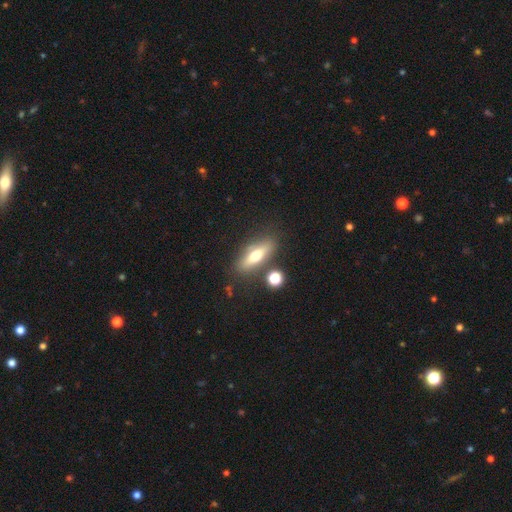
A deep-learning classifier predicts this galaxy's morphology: smooth-or-featured: smooth: 52% | featured or disk: 40% | star or artifact: 8%
  how-rounded: cigar-shaped: 48% (tied) | in between: 48% (tied) | round: 4%
  merging: none: 78% | minor disturbance: 12% | merger: 7% | major disturbance: 4%